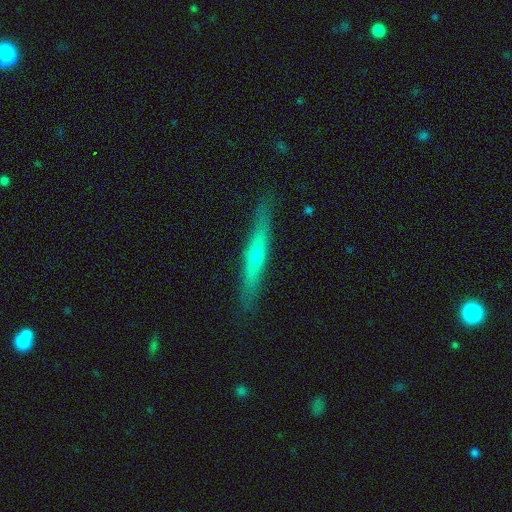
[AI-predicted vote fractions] Smooth or featured? Predicted: featured or disk (p=0.55). Edge-on disk? Predicted: yes (p=0.94). Edge-on bulge? Predicted: rounded (p=0.68). Merging? Predicted: none (p=0.88).